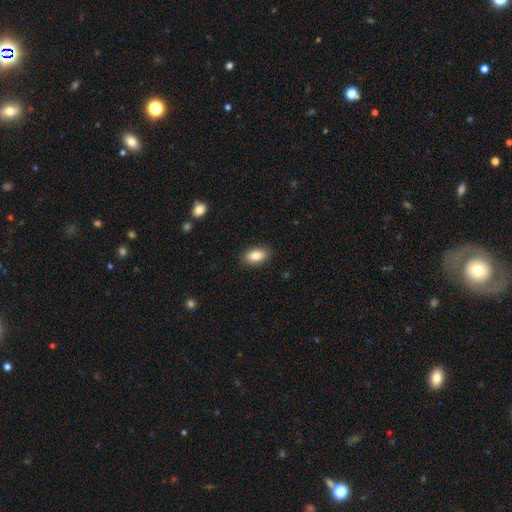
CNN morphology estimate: Q: Smooth or featured?
A: smooth (84%); runner-up: featured or disk (9%)
Q: How rounded?
A: in between (90%); runner-up: round (7%)
Q: Merging?
A: none (89%); runner-up: minor disturbance (8%)